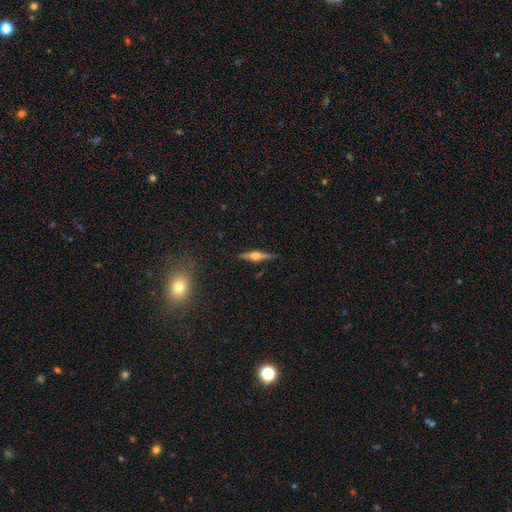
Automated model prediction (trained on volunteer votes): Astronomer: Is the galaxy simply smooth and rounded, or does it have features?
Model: featured or disk — 75%.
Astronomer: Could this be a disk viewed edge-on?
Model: yes — 98%.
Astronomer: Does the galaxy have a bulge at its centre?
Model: rounded — 93%.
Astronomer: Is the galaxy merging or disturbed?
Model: none — 89%.